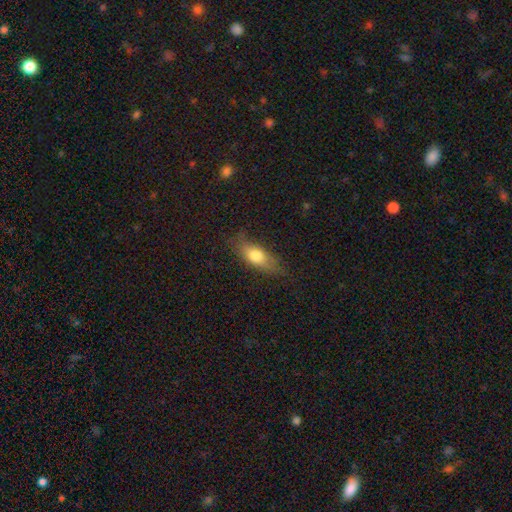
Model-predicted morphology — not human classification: The model was most divided on "merging": none: 72%, minor disturbance: 20%, major disturbance: 6%, merger: 1%. More confident: how rounded — in between (75%); smooth or featured — smooth (74%).